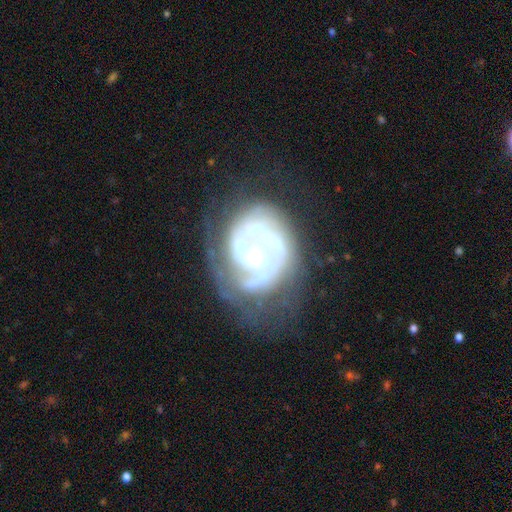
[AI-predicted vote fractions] Smooth or featured? Predicted: featured or disk (p=0.83). Edge-on disk? Predicted: no (p=0.97). Bar? Predicted: no (p=0.66). Spiral arms? Predicted: yes (p=0.75). Spiral winding? Predicted: tight (p=0.58). Spiral arm count? Predicted: 2 (p=0.31). Bulge size? Predicted: moderate (p=0.67). Merging? Predicted: none (p=0.51).